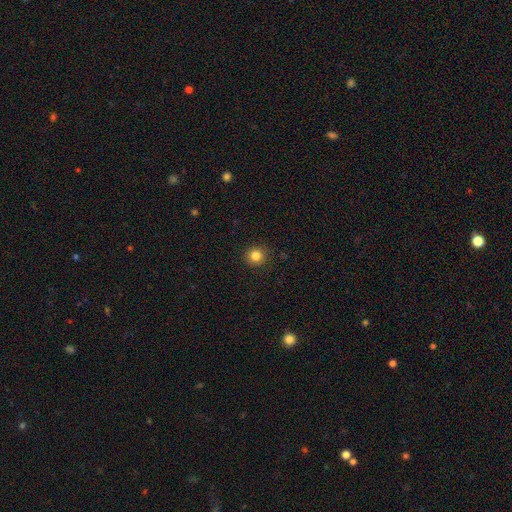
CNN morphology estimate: Smooth or featured?
  - smooth: 83% *
  - star or artifact: 12%
  - featured or disk: 5%
How rounded?
  - round: 93% *
  - in between: 6%
  - cigar-shaped: 1%
Merging?
  - none: 91% *
  - minor disturbance: 6%
  - major disturbance: 2%
  - merger: 1%